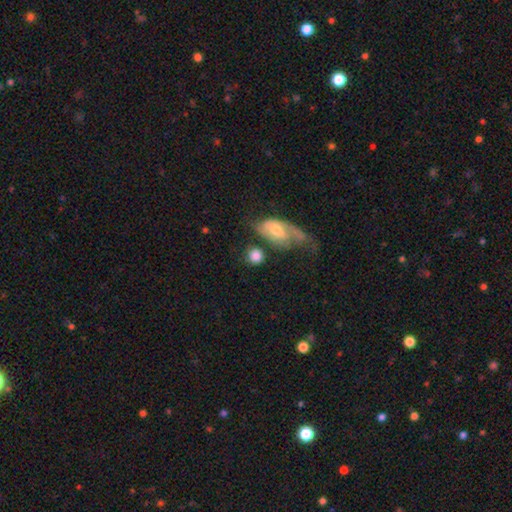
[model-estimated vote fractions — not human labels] Q: Smooth or featured?
A: smooth (79%); runner-up: featured or disk (14%)
Q: How rounded?
A: round (80%); runner-up: in between (18%)
Q: Merging?
A: none (58%); runner-up: merger (18%)